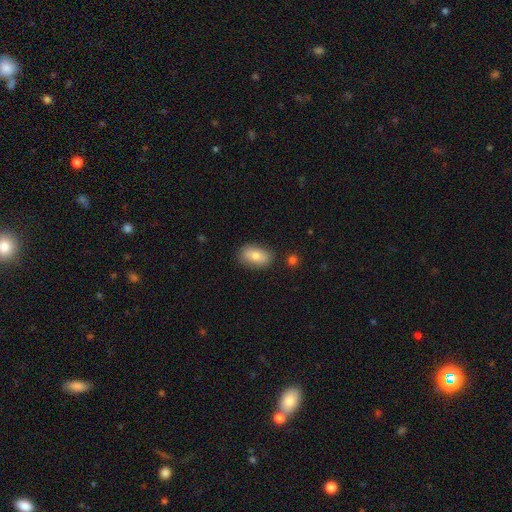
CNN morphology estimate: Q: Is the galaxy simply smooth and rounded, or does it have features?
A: smooth — 77%.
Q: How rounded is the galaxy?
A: in between — 90%.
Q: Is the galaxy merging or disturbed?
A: none — 81%.